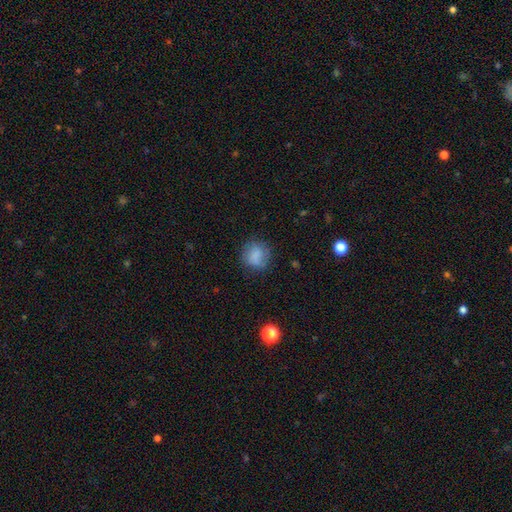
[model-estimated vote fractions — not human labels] The model was most divided on "merging": none: 68%, minor disturbance: 21%, major disturbance: 9%, merger: 2%. More confident: how rounded — round (77%); smooth or featured — smooth (74%).